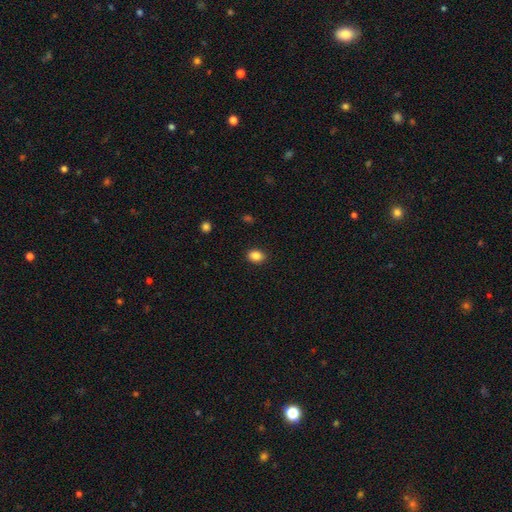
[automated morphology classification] Smooth or featured? Predicted: smooth (p=0.86). How rounded? Predicted: in between (p=0.62). Merging? Predicted: none (p=0.89).